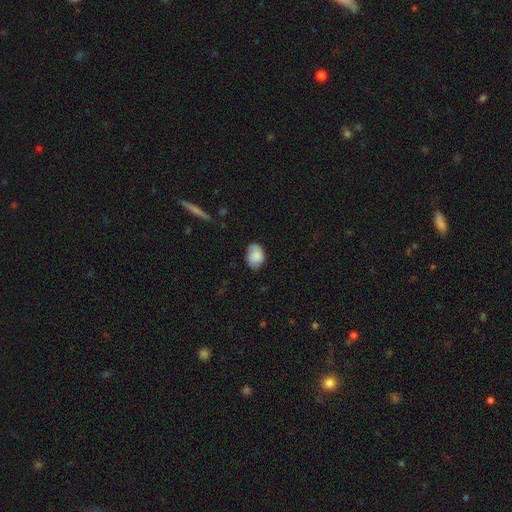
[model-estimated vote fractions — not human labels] This is likely a smooth galaxy (79%). How rounded: likely in between (71%). Merging: likely none (69%).